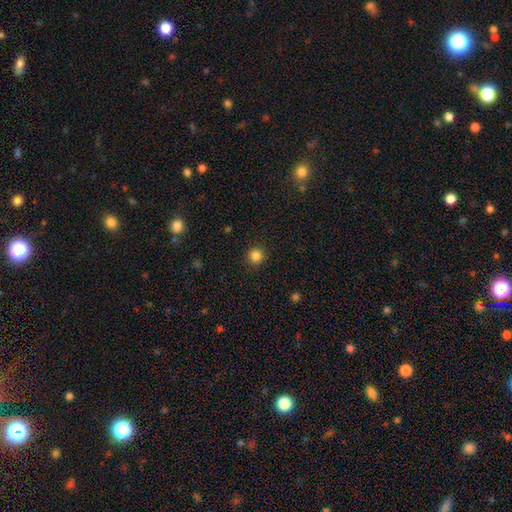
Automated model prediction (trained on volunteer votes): smooth-or-featured: smooth: 84% | star or artifact: 12% | featured or disk: 4%
  how-rounded: round: 94% | in between: 5% | cigar-shaped: 1%
  merging: none: 92% | minor disturbance: 5% | major disturbance: 2% | merger: 1%